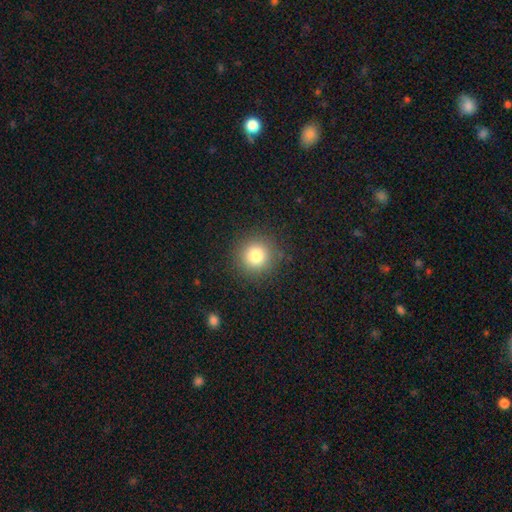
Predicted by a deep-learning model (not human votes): Smooth or featured: smooth — 80% (star or artifact — 12%)
How rounded: round — 94% (in between — 5%)
Merging: none — 89% (minor disturbance — 7%)